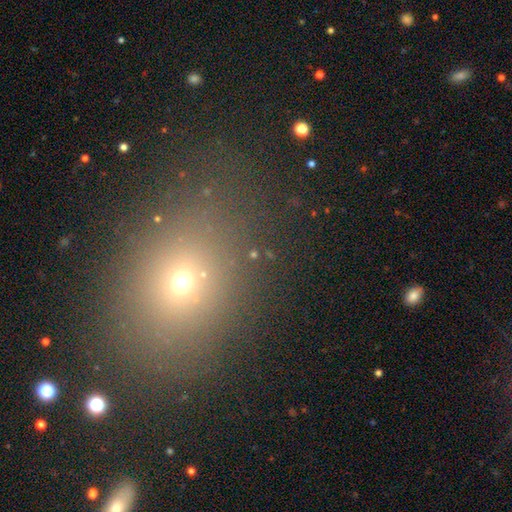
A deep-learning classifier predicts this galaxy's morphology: Q: Smooth or featured?
A: smooth (58%); runner-up: star or artifact (30%)
Q: How rounded?
A: in between (53%); runner-up: round (45%)
Q: Merging?
A: none (81%); runner-up: minor disturbance (10%)